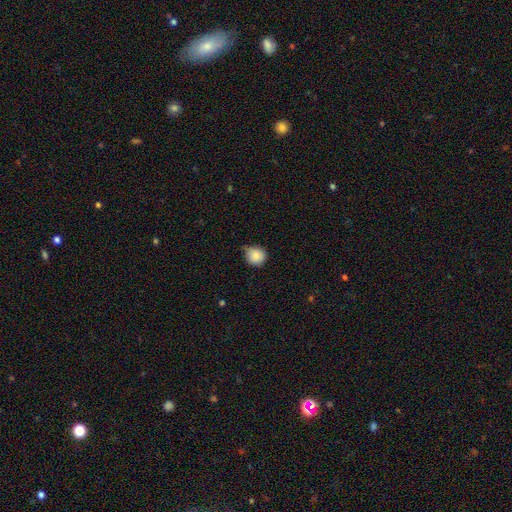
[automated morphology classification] smooth 85%, star or artifact 9%, featured or disk 6%. Down the decision tree: how rounded — round (89%); merging — none (61%).